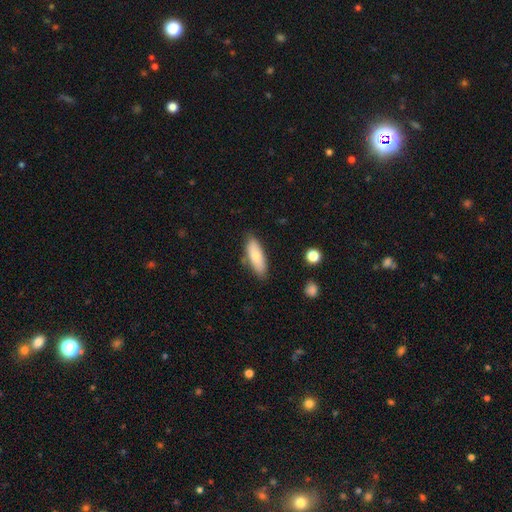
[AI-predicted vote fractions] A smooth galaxy with no disk features (76%) that is in between round and cigar-shaped (68%). Merging: none (79%).